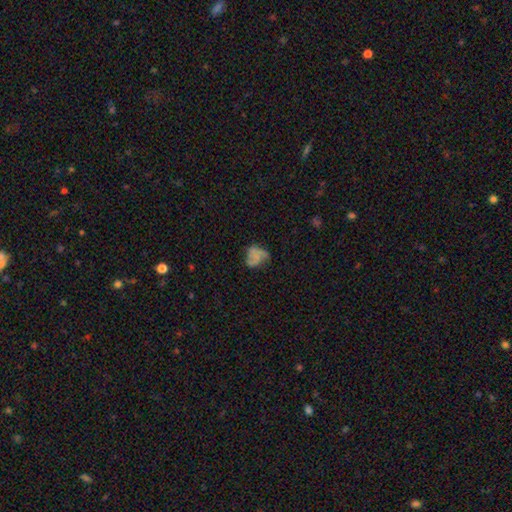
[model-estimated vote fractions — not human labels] This is possibly a featured or disk galaxy (46%). Merging: marginally none (39%).